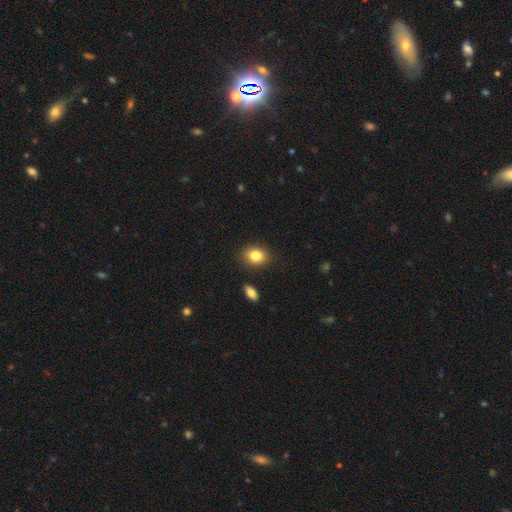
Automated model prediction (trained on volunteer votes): A smooth galaxy with no disk features (84%) that is in between round and cigar-shaped (50%).

Vote fractions:
- Smooth or featured? smooth: 84% / star or artifact: 9% / featured or disk: 7%
- How rounded? in between: 50% / round: 49% / cigar-shaped: 1%
- Merging? none: 87% / minor disturbance: 8% / merger: 2% / major disturbance: 2%